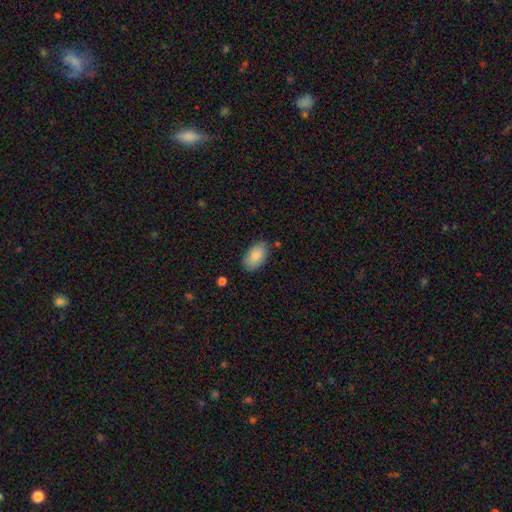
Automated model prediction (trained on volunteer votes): Morphology: type=smooth (88%); roundness=in between (95%); merging=none (80%).